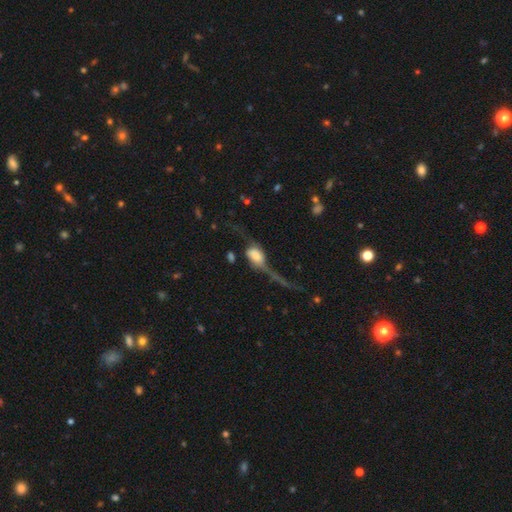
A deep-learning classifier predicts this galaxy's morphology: This appears to be a featured or disk galaxy (57%). Merging: major disturbance (47%).